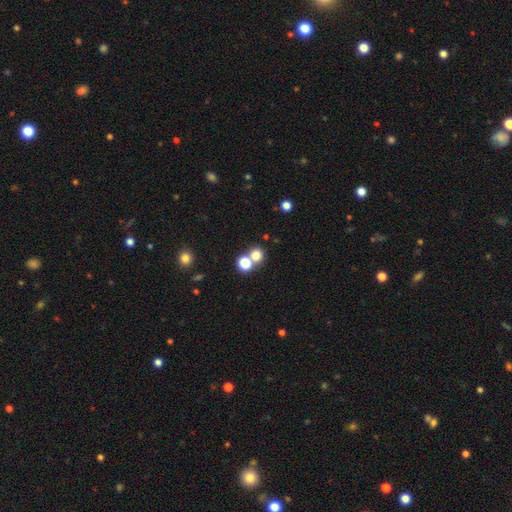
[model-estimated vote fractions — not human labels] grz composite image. It shows a smooth galaxy with no disk features (75%) that is round (82%). Merging: none (54%).